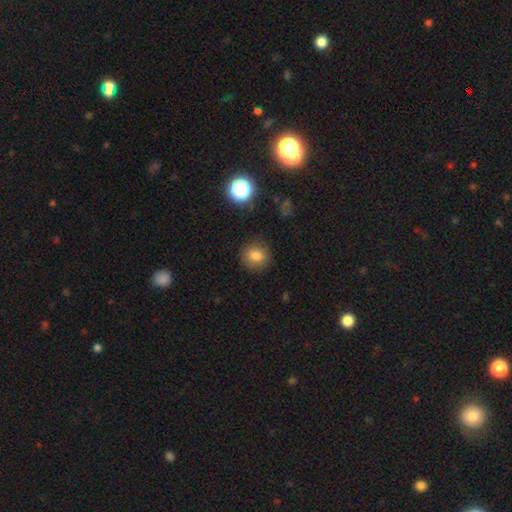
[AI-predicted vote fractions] Smooth or featured?
  - smooth: 80% *
  - star or artifact: 13%
  - featured or disk: 8%
How rounded?
  - round: 87% *
  - in between: 12%
  - cigar-shaped: 1%
Merging?
  - none: 87% *
  - minor disturbance: 9%
  - major disturbance: 3%
  - merger: 1%